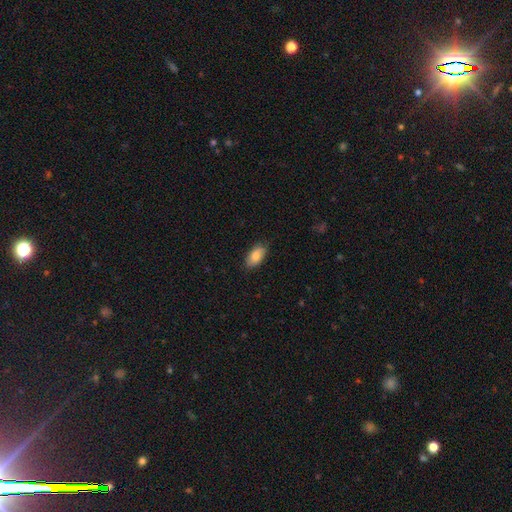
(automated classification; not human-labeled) smooth 83%, featured or disk 11%, star or artifact 6%. Down the decision tree: how rounded — in between (93%); merging — none (82%).